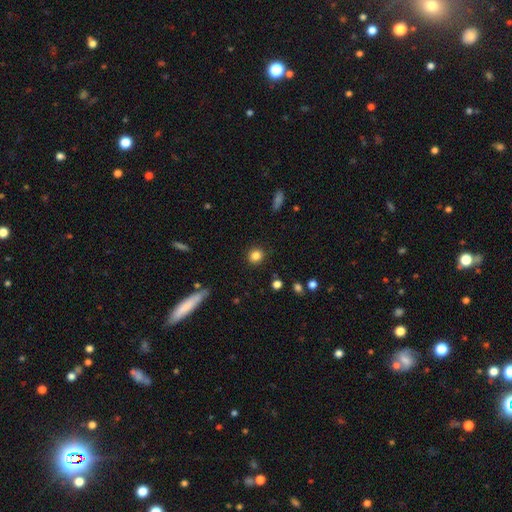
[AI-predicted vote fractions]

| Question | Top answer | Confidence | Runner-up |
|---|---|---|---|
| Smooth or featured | smooth | 85% | star or artifact (10%) |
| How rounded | round | 88% | in between (11%) |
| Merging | none | 90% | minor disturbance (6%) |